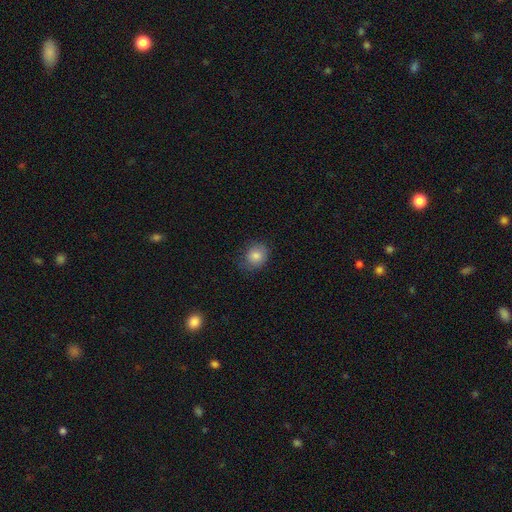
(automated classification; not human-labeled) Smooth or featured?
  - smooth: 82% *
  - star or artifact: 10%
  - featured or disk: 7%
How rounded?
  - round: 71% *
  - in between: 28%
  - cigar-shaped: 1%
Merging?
  - none: 74% *
  - minor disturbance: 20%
  - major disturbance: 5%
  - merger: 1%